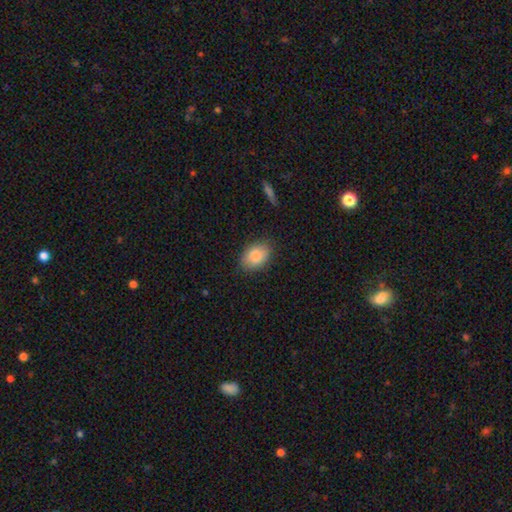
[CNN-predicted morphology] Smooth or featured: smooth — 85% (featured or disk — 8%)
How rounded: in between — 84% (round — 15%)
Merging: none — 83% (minor disturbance — 13%)